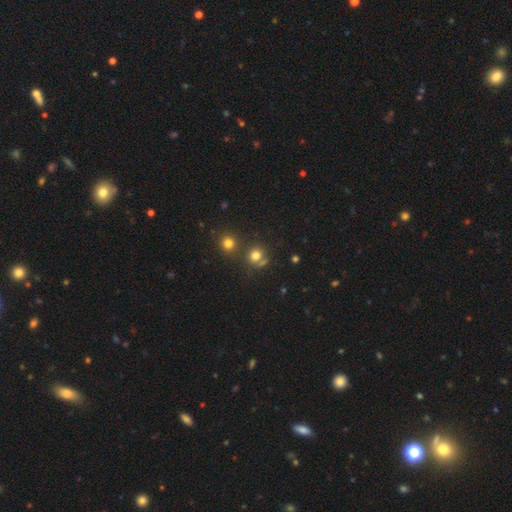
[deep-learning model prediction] smooth_or_featured: smooth (p=0.73) [alt: star or artifact p=0.18]
how_rounded: round (p=0.87) [alt: in between p=0.12]
merging: none (p=0.65) [alt: merger p=0.20]